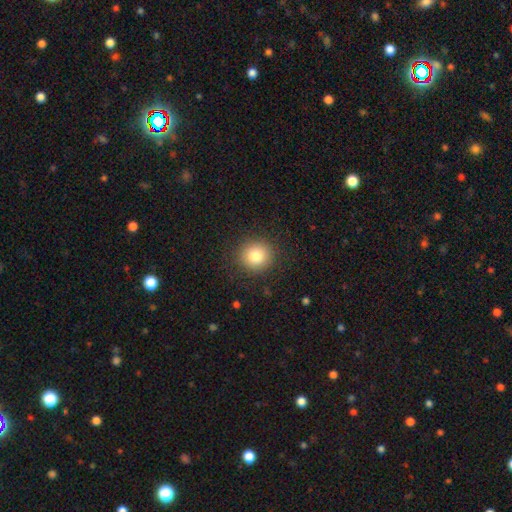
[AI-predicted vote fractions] smooth 82%, star or artifact 11%, featured or disk 7%. Down the decision tree: how rounded — round (91%); merging — none (89%).